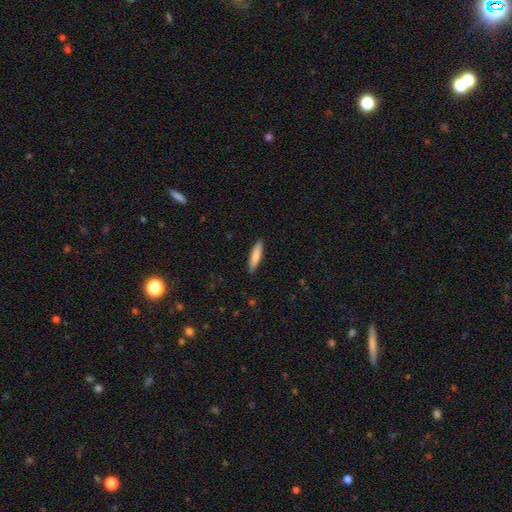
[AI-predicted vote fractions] Smooth or featured: smooth — 80% (featured or disk — 14%)
How rounded: cigar-shaped — 80% (in between — 19%)
Merging: none — 90% (minor disturbance — 7%)